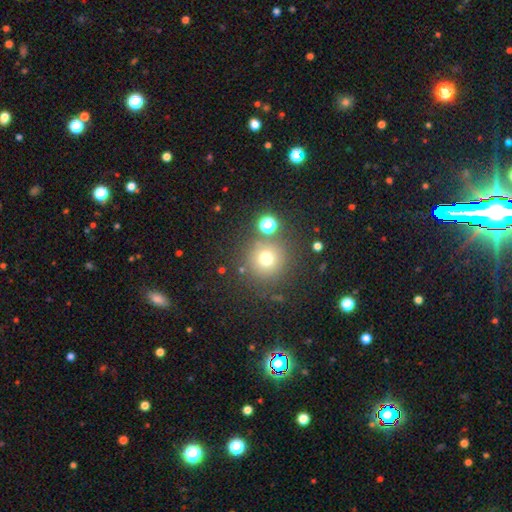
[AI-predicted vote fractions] Smooth or featured? Predicted: star or artifact (p=0.48).